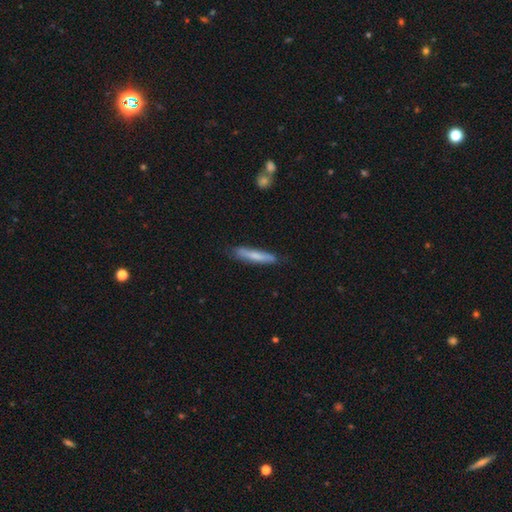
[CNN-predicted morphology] type=smooth (69%); roundness=cigar-shaped (91%); merging=none (81%).